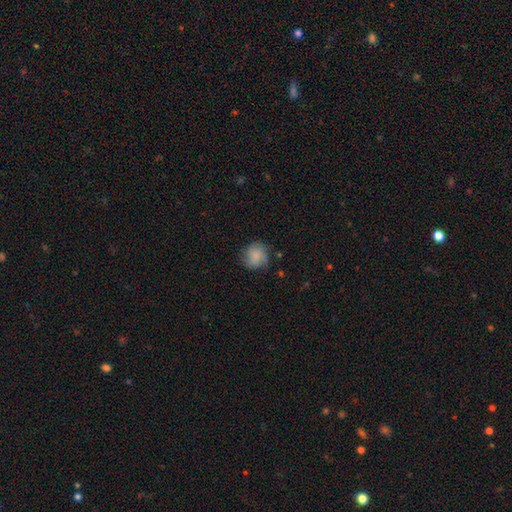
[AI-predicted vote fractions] This is likely a smooth galaxy (79%). How rounded: clearly round (86%). Merging: likely none (73%).